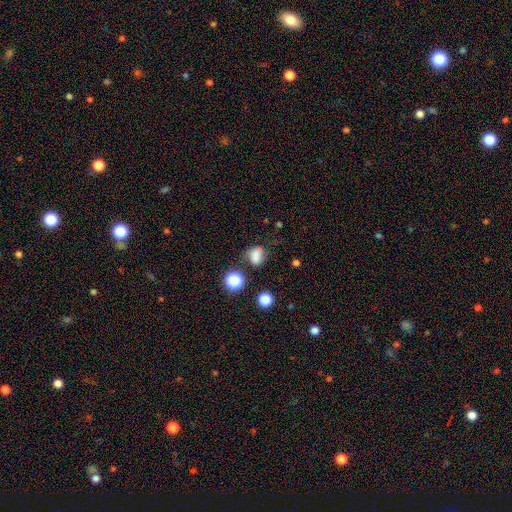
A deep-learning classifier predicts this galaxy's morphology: Smooth or featured: smooth — 74% (star or artifact — 16%)
How rounded: in between — 51% (round — 48%)
Merging: none — 60% (minor disturbance — 22%)